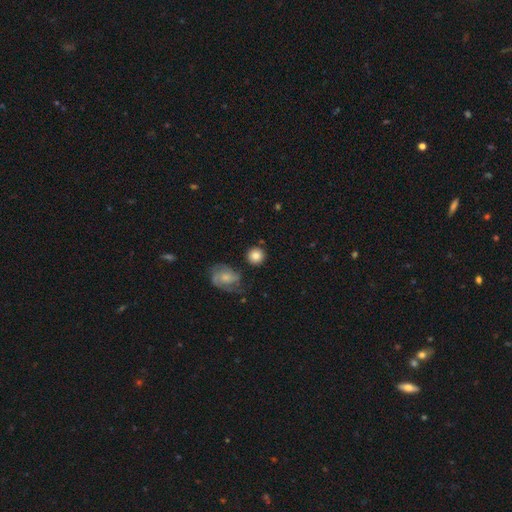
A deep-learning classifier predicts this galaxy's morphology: Smooth or featured: smooth — 81% (featured or disk — 12%)
How rounded: round — 92% (in between — 7%)
Merging: none — 81% (minor disturbance — 10%)